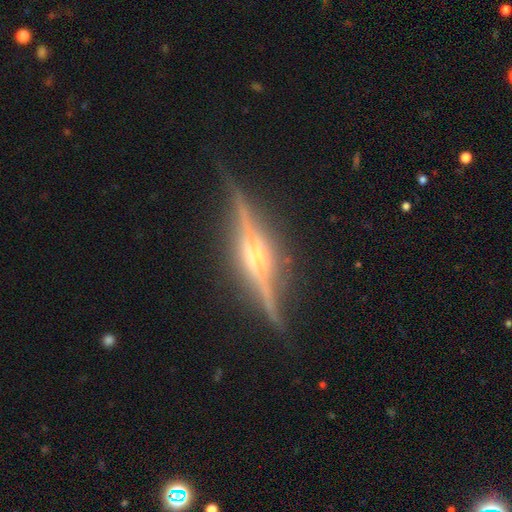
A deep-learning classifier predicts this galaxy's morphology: A featured or disk galaxy (89%) viewed edge-on (97%) with a rounded central bulge (75%). Merging: none (86%).